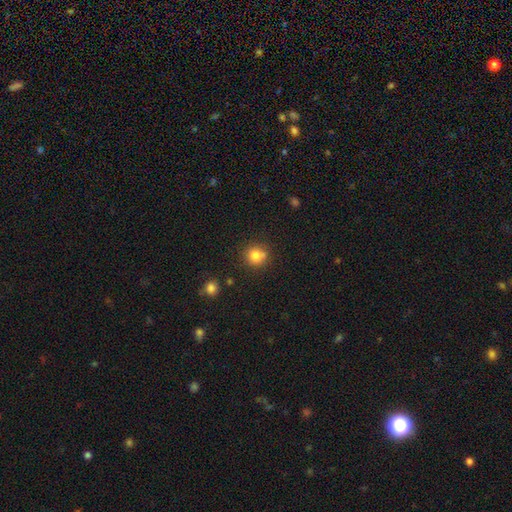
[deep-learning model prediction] Smooth or featured?
  - smooth: 81% *
  - star or artifact: 12%
  - featured or disk: 8%
How rounded?
  - round: 88% *
  - in between: 11%
  - cigar-shaped: 1%
Merging?
  - none: 72% *
  - minor disturbance: 12%
  - merger: 12%
  - major disturbance: 3%